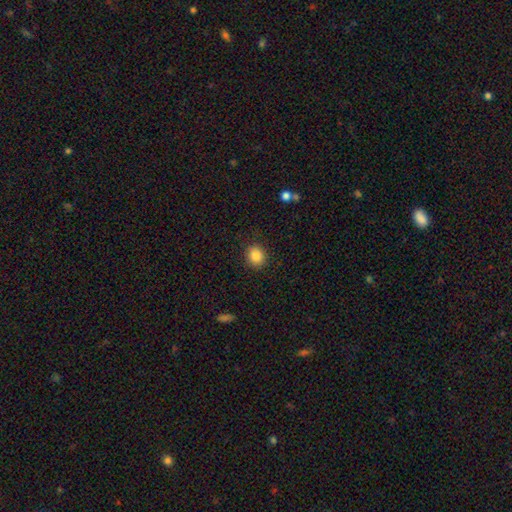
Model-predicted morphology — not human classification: type=smooth (85%); roundness=round (81%); merging=none (90%).